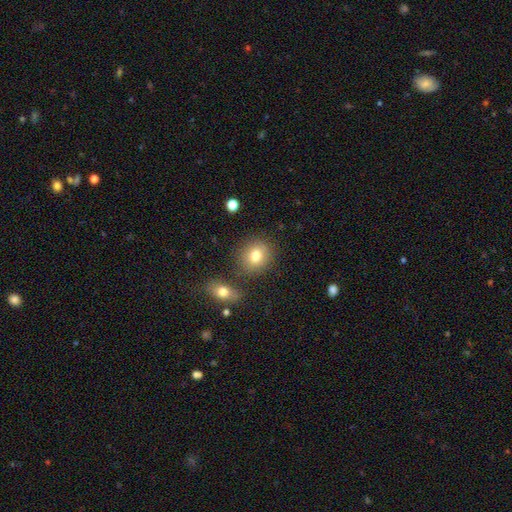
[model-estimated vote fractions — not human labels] Smooth or featured?
  - smooth: 81% *
  - featured or disk: 10%
  - star or artifact: 9%
How rounded?
  - round: 71% *
  - in between: 27%
  - cigar-shaped: 1%
Merging?
  - none: 79% *
  - minor disturbance: 11%
  - merger: 7%
  - major disturbance: 3%